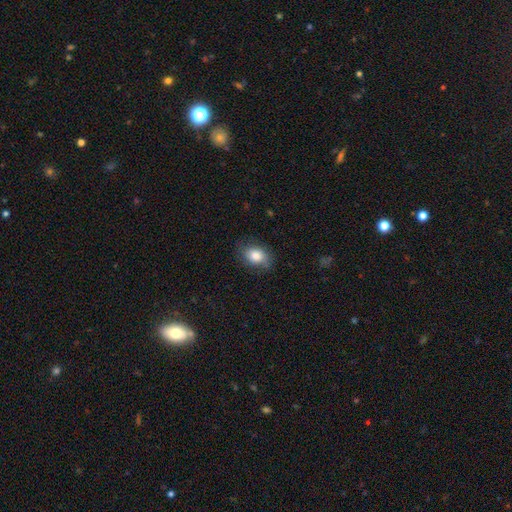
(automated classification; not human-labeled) smooth-or-featured: smooth: 80% | featured or disk: 12% | star or artifact: 8%
  how-rounded: in between: 78% | round: 21% | cigar-shaped: 1%
  merging: none: 75% | minor disturbance: 19% | major disturbance: 5% | merger: 1%